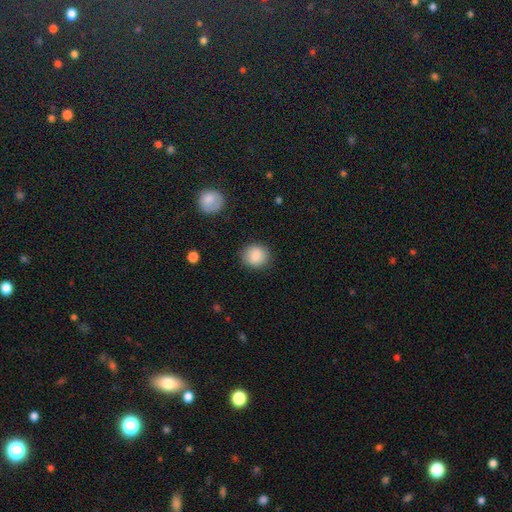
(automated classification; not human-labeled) Morphology: type=smooth (86%); roundness=round (82%); merging=none (87%).